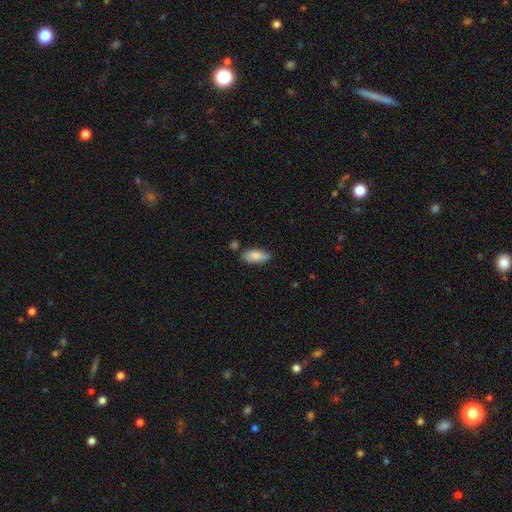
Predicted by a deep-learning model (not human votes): Overall: smooth (81%). How rounded: in between (86%). Merging: none (67%).